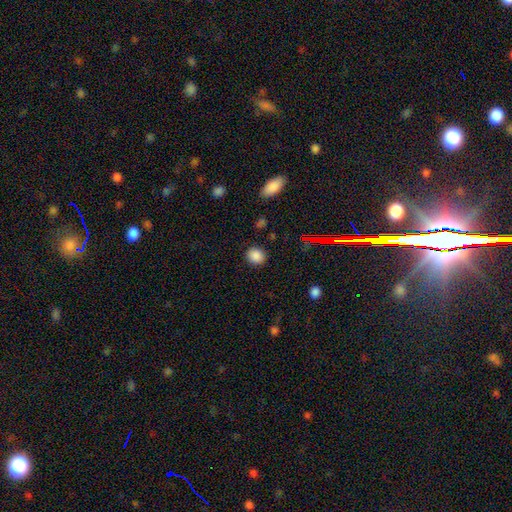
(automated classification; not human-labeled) Smooth or featured? smooth (85%)
How rounded? round (78%)
Merging? none (89%)